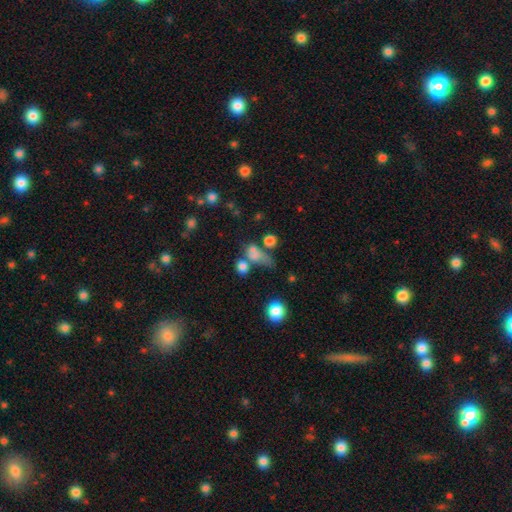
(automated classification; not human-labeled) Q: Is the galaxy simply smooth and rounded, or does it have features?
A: smooth — 67%.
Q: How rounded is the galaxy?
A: round — 50%.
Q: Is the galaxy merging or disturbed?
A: merger — 34%.